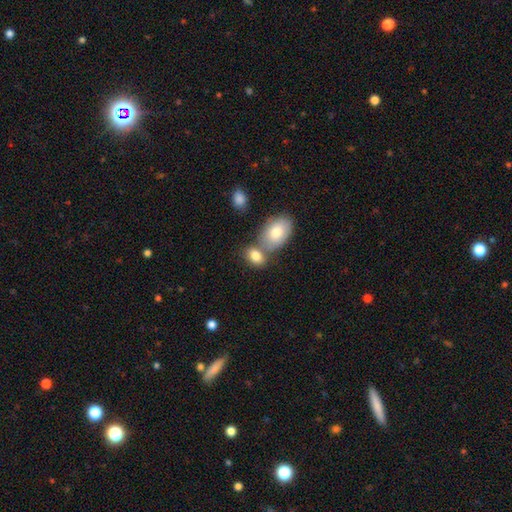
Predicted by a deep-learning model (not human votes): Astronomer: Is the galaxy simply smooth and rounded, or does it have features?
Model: smooth — 81%.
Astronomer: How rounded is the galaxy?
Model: in between — 84%.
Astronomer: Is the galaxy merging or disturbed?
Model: none — 43% (runner-up: merger, 41%).